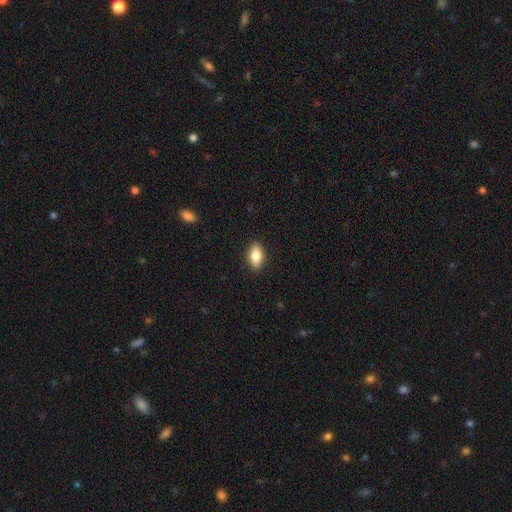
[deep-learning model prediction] smooth_or_featured: smooth (p=0.75) [alt: featured or disk p=0.17]
how_rounded: in between (p=0.84) [alt: cigar-shaped p=0.11]
merging: none (p=0.88) [alt: minor disturbance p=0.09]